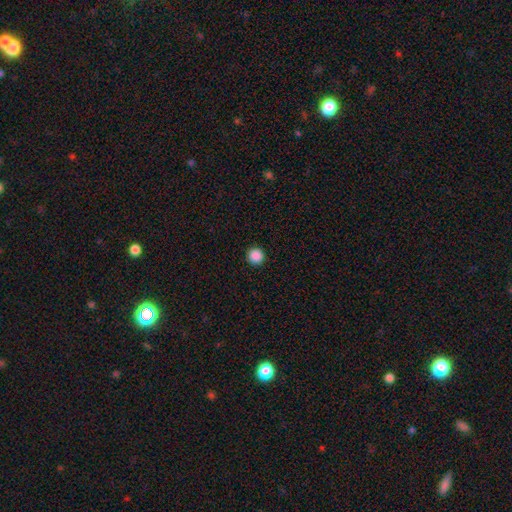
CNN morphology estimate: The model was most divided on "smooth or featured": smooth: 87%, star or artifact: 10%, featured or disk: 2%. More confident: how rounded — round (96%); merging — none (93%).